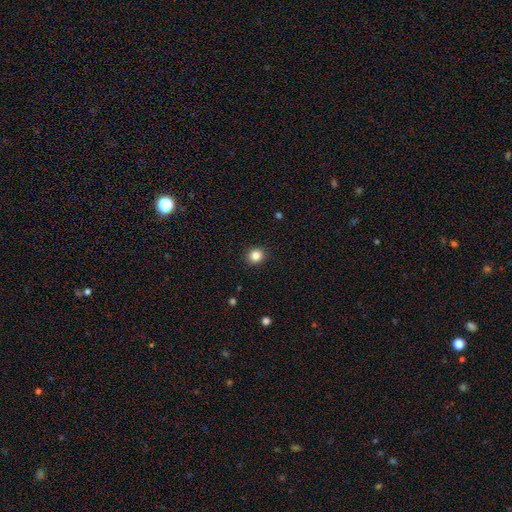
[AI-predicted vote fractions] smooth-or-featured: smooth: 85% | star or artifact: 11% | featured or disk: 4%
  how-rounded: round: 80% | in between: 19% | cigar-shaped: 1%
  merging: none: 91% | minor disturbance: 6% | major disturbance: 2% | merger: 1%